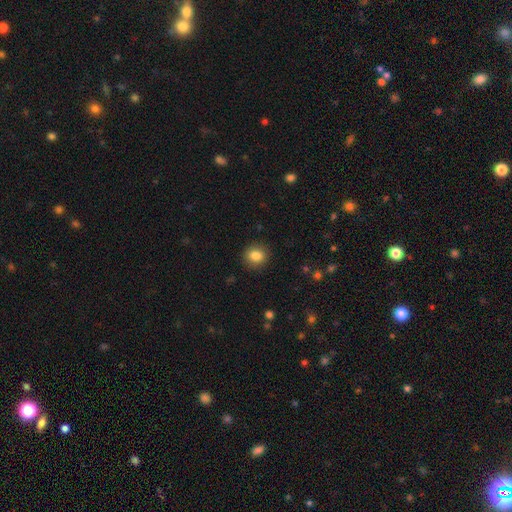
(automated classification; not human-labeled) smooth-or-featured: smooth: 85% | star or artifact: 10% | featured or disk: 6%
  how-rounded: round: 78% | in between: 21% | cigar-shaped: 1%
  merging: none: 90% | minor disturbance: 7% | major disturbance: 2% | merger: 1%